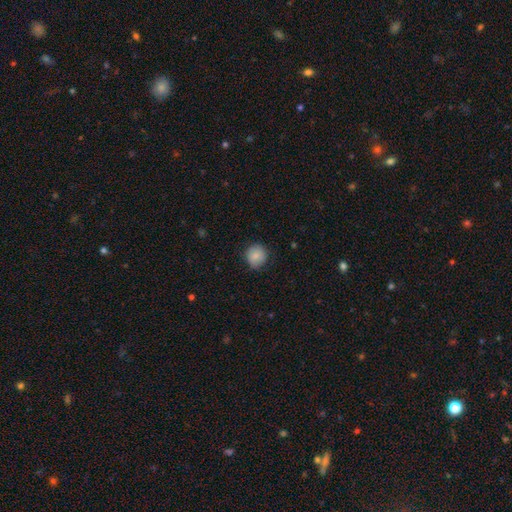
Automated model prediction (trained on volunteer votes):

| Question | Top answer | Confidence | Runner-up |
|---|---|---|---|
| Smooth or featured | smooth | 85% | star or artifact (8%) |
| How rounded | round | 89% | in between (10%) |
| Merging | none | 81% | minor disturbance (15%) |